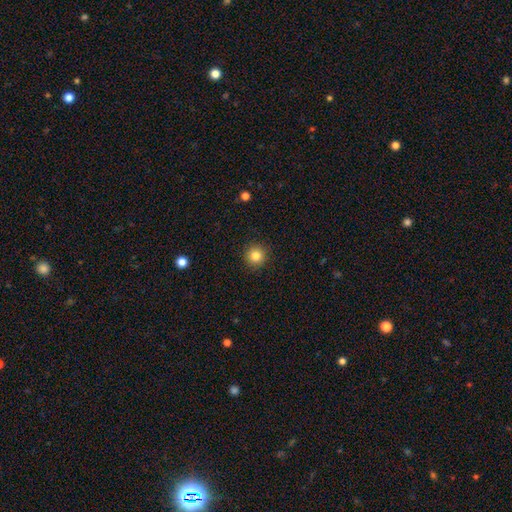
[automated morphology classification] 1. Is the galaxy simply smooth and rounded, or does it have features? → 84% smooth, 11% star or artifact, 6% featured or disk.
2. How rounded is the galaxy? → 95% round, 4% in between, 1% cigar-shaped.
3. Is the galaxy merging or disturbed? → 91% none, 6% minor disturbance, 2% major disturbance, 1% merger.